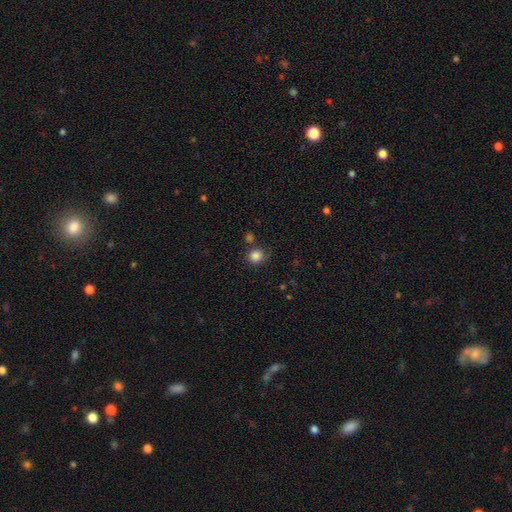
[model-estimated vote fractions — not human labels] smooth_or_featured: smooth (p=0.85) [alt: star or artifact p=0.11]
how_rounded: round (p=0.89) [alt: in between p=0.10]
merging: none (p=0.74) [alt: minor disturbance p=0.13]